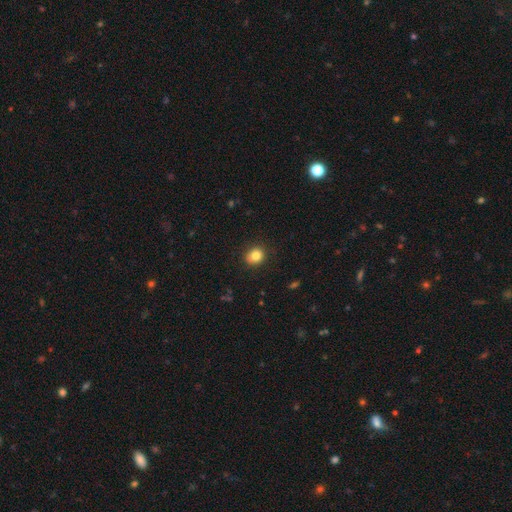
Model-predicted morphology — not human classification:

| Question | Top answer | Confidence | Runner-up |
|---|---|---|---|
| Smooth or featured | smooth | 83% | star or artifact (10%) |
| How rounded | round | 74% | in between (25%) |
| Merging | none | 85% | minor disturbance (11%) |